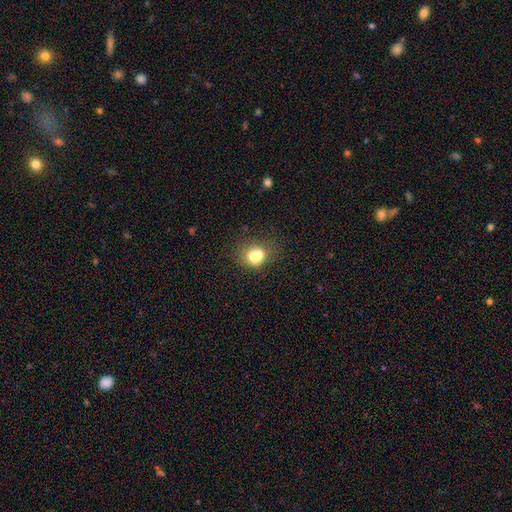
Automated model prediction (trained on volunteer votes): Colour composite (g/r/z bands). It shows a smooth galaxy with no disk features (66%) that is round (68%). Merging: merger (55%).